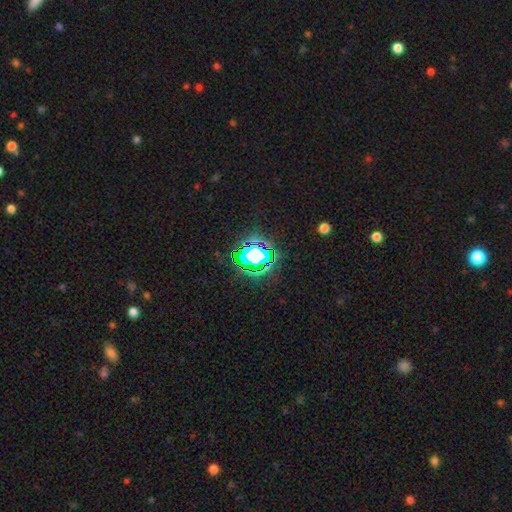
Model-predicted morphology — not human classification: Smooth or featured: star or artifact — 63% (smooth — 23%)